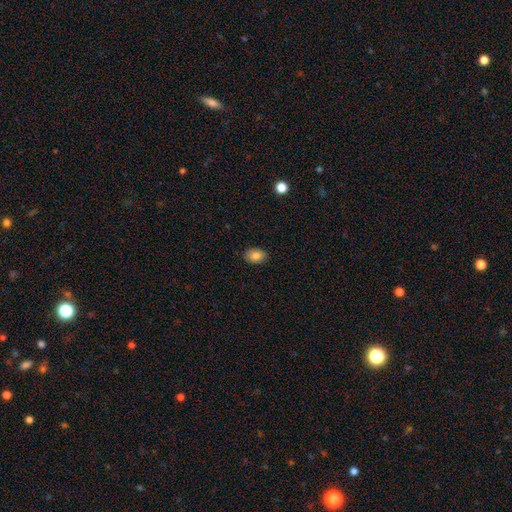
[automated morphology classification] smooth-or-featured: smooth: 84% | star or artifact: 8% | featured or disk: 8%
  how-rounded: in between: 80% | round: 18% | cigar-shaped: 1%
  merging: none: 88% | minor disturbance: 9% | major disturbance: 2% | merger: 1%